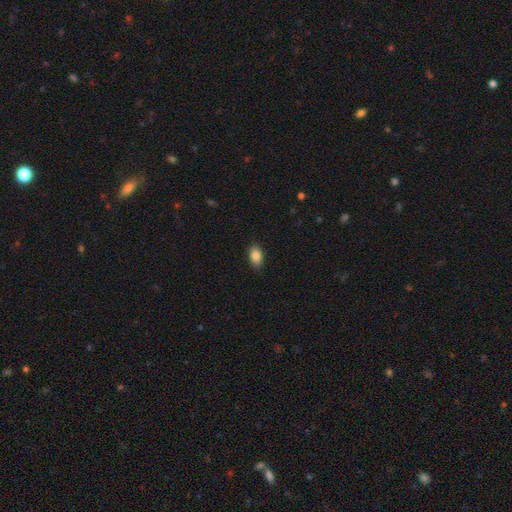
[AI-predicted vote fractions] Overall: smooth (86%). How rounded: in between (89%). Merging: none (86%).